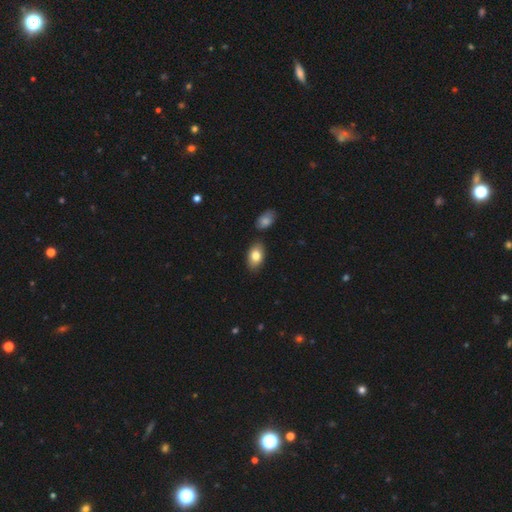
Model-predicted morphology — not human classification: smooth_or_featured: smooth (p=0.82) [alt: featured or disk p=0.11]
how_rounded: in between (p=0.91) [alt: round p=0.08]
merging: none (p=0.79) [alt: minor disturbance p=0.11]